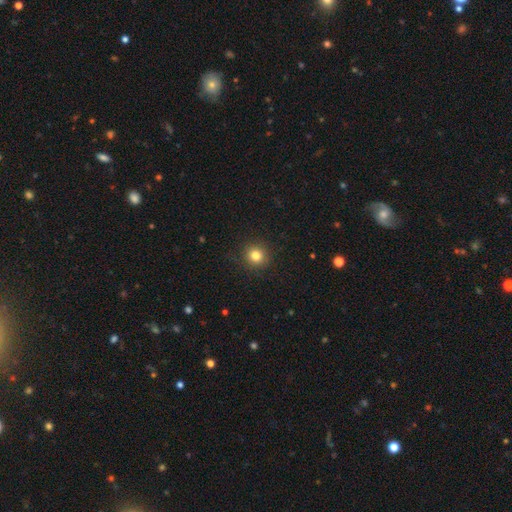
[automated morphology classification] smooth-or-featured: smooth: 81% | star or artifact: 12% | featured or disk: 6%
  how-rounded: round: 91% | in between: 8% | cigar-shaped: 1%
  merging: none: 90% | minor disturbance: 7% | major disturbance: 3% | merger: 1%